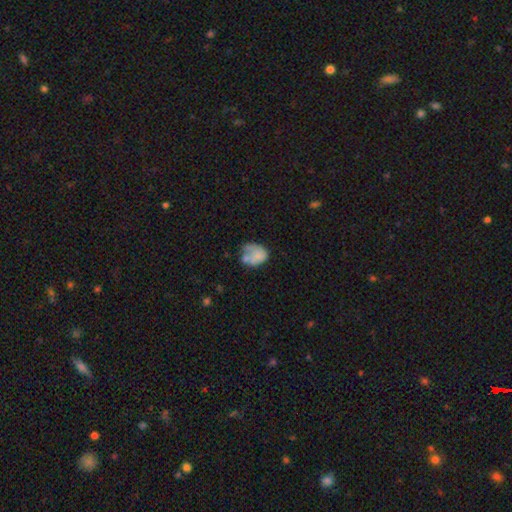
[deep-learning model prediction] Q: Smooth or featured?
A: smooth (62%); runner-up: featured or disk (28%)
Q: How rounded?
A: in between (53%); runner-up: round (46%)
Q: Merging?
A: none (32%); runner-up: minor disturbance (27%)